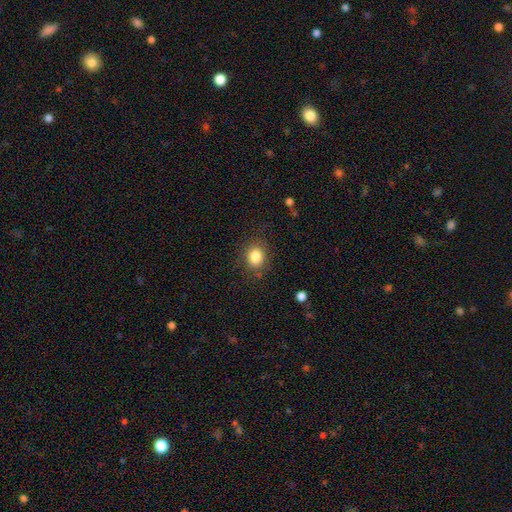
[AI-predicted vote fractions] Q: Smooth or featured?
A: smooth (84%); runner-up: star or artifact (10%)
Q: How rounded?
A: round (59%); runner-up: in between (40%)
Q: Merging?
A: none (82%); runner-up: minor disturbance (13%)